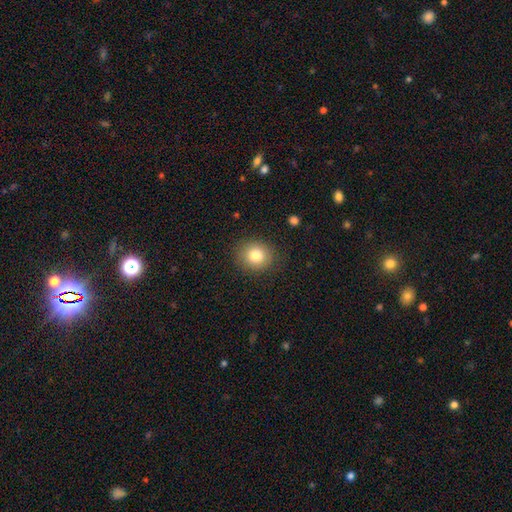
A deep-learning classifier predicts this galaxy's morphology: Smooth or featured: smooth — 81% (star or artifact — 10%)
How rounded: round — 79% (in between — 20%)
Merging: none — 87% (minor disturbance — 9%)